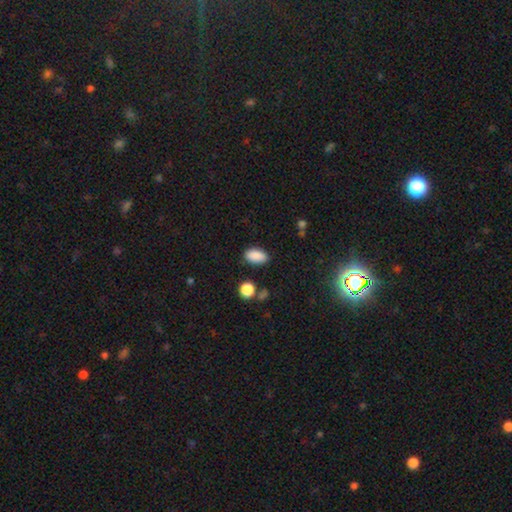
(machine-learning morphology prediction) smooth 88%, star or artifact 8%, featured or disk 3%. Down the decision tree: how rounded — in between (92%); merging — none (85%).